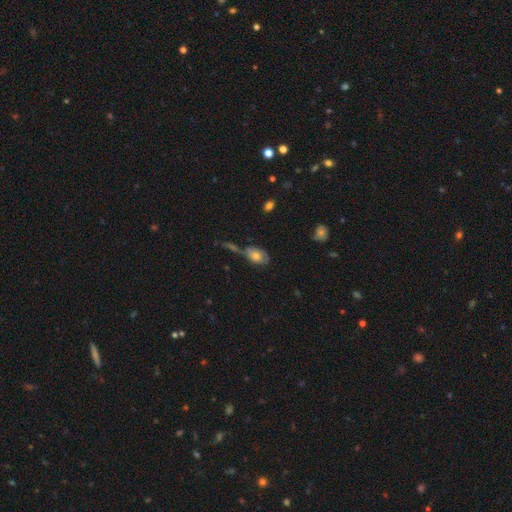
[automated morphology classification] A smooth galaxy with no disk features (59%) that is in between round and cigar-shaped (87%).

Vote fractions:
- Smooth or featured? smooth: 59% / featured or disk: 31% / star or artifact: 9%
- How rounded? in between: 87% / round: 10% / cigar-shaped: 3%
- Merging? none: 39% / merger: 25% / minor disturbance: 23% / major disturbance: 13%